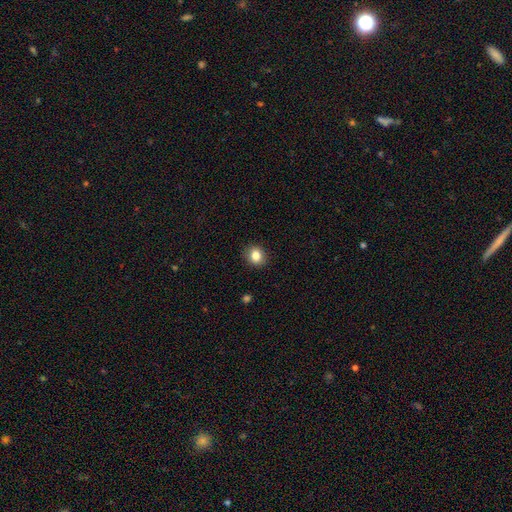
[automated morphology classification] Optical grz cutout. It shows a smooth galaxy with no disk features (84%) that is round (69%). Merging: none (89%).